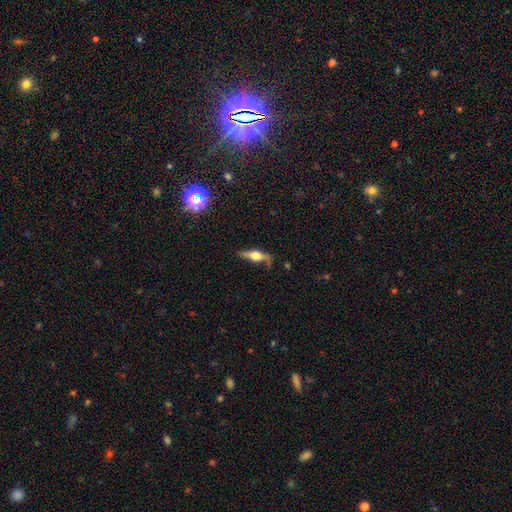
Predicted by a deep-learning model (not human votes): Smooth or featured?
  - featured or disk: 67% *
  - smooth: 26%
  - star or artifact: 7%
Edge-on disk?
  - yes: 88% *
  - no: 12%
Edge-on bulge?
  - rounded: 92% *
  - boxy: 6%
  - none: 2%
Merging?
  - none: 69% *
  - minor disturbance: 20%
  - major disturbance: 8%
  - merger: 2%